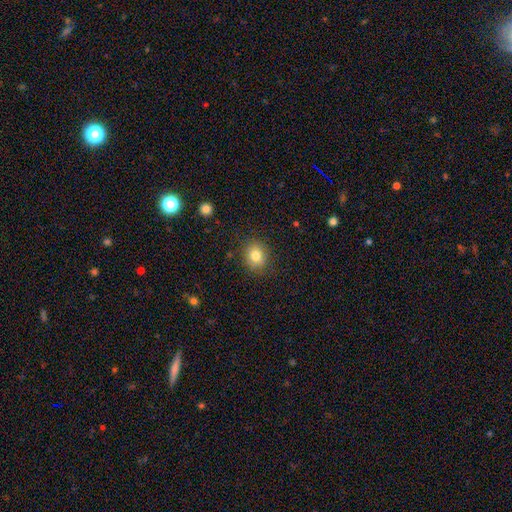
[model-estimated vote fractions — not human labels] This appears to be a smooth galaxy with no disk features (80%) that is round (76%). Merging: none (87%).